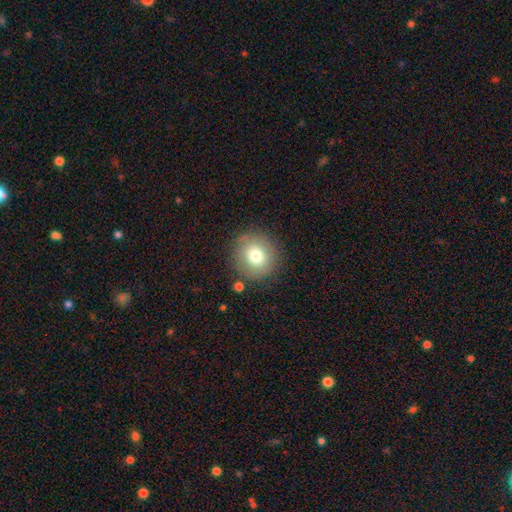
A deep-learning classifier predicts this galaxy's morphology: type=smooth (74%); roundness=round (93%); merging=none (84%).